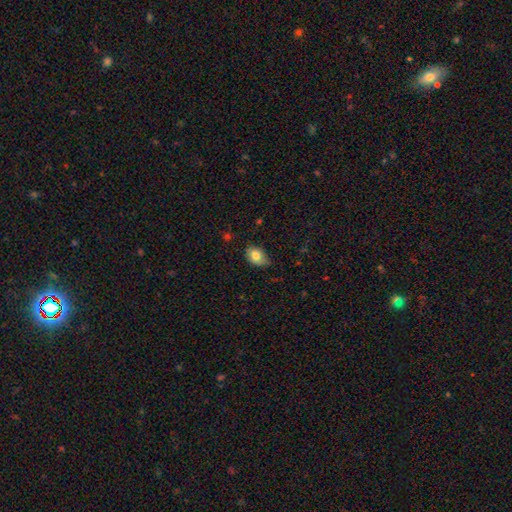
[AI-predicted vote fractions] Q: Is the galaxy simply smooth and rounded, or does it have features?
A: smooth — 80%.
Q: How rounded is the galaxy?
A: in between — 75%.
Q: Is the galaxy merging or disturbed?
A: none — 62%.